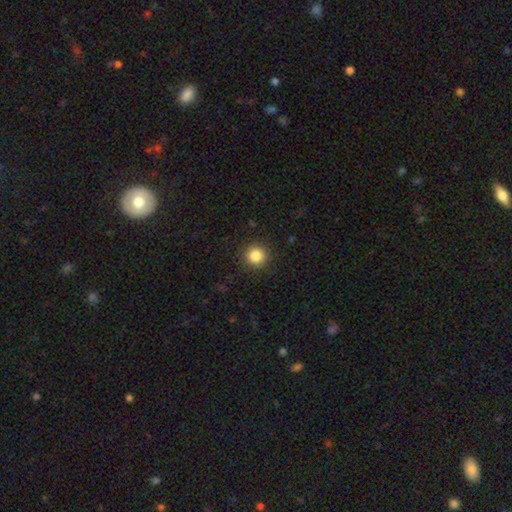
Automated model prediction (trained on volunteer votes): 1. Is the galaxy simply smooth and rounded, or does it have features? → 85% smooth, 11% star or artifact, 4% featured or disk.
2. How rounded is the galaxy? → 95% round, 4% in between, 1% cigar-shaped.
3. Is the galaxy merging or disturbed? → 92% none, 5% minor disturbance, 2% major disturbance, 1% merger.